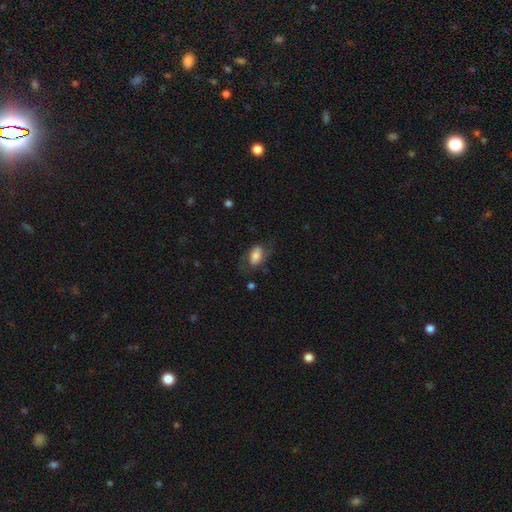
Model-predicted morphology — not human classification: A smooth galaxy with no disk features (69%) that is in between round and cigar-shaped (89%).

Vote fractions:
- Smooth or featured? smooth: 69% / featured or disk: 23% / star or artifact: 8%
- How rounded? in between: 89% / round: 8% / cigar-shaped: 3%
- Merging? none: 58% / minor disturbance: 23% / major disturbance: 17% / merger: 2%